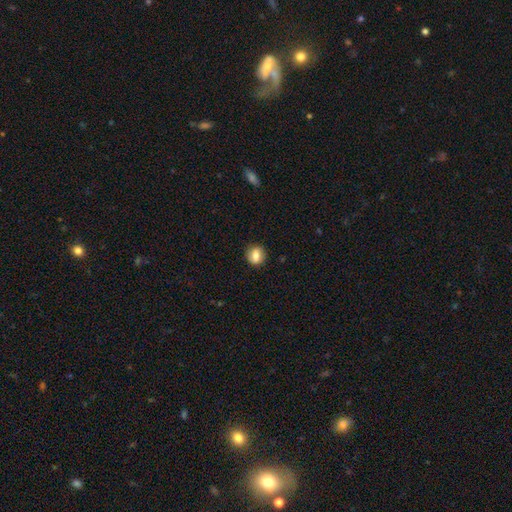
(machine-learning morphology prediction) smooth-or-featured: smooth: 76% | featured or disk: 14% | star or artifact: 9%
  how-rounded: round: 69% | in between: 30% | cigar-shaped: 1%
  merging: none: 85% | minor disturbance: 11% | major disturbance: 3% | merger: 1%